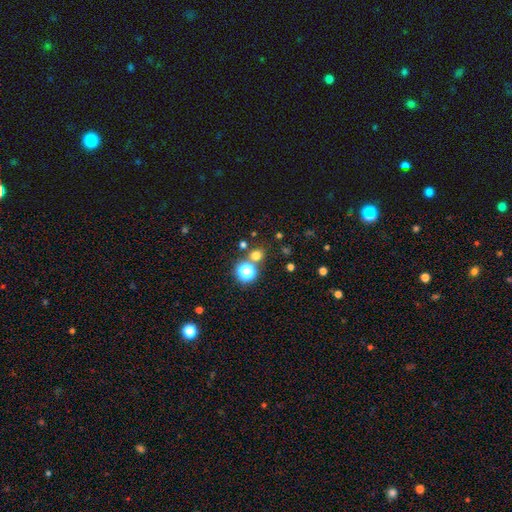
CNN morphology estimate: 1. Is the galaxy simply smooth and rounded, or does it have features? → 67% smooth, 26% star or artifact, 6% featured or disk.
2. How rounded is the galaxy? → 85% round, 14% in between, 1% cigar-shaped.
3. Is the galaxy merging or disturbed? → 76% none, 14% merger, 7% minor disturbance, 3% major disturbance.